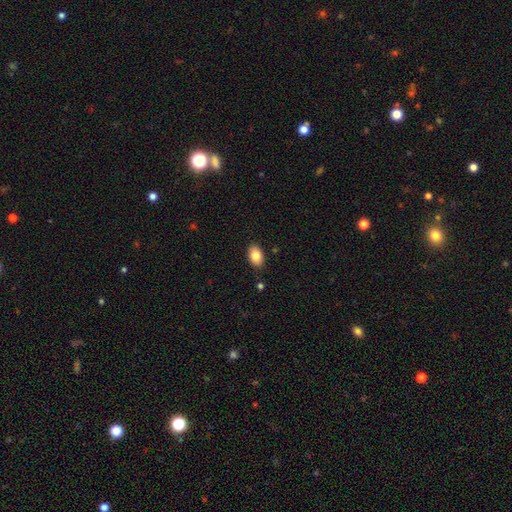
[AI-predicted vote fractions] A smooth galaxy with no disk features (83%) that is in between round and cigar-shaped (90%). Merging: none (87%).